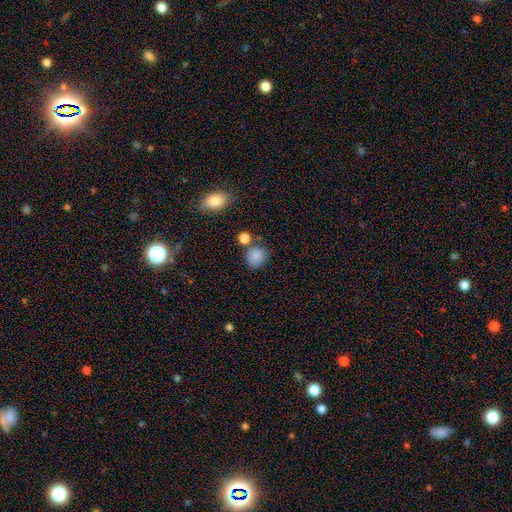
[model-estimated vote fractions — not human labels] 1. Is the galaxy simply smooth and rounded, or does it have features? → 84% smooth, 10% star or artifact, 5% featured or disk.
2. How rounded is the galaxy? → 76% round, 23% in between, 1% cigar-shaped.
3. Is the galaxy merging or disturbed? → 67% none, 15% minor disturbance, 13% merger, 5% major disturbance.